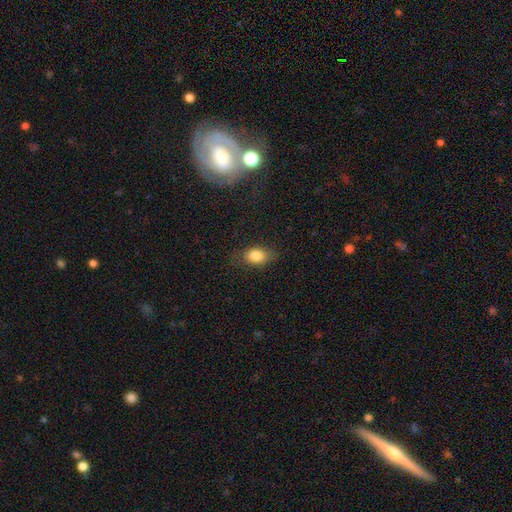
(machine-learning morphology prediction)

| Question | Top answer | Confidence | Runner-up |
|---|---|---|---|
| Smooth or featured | smooth | 84% | star or artifact (8%) |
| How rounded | in between | 81% | round (16%) |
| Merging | none | 77% | minor disturbance (17%) |